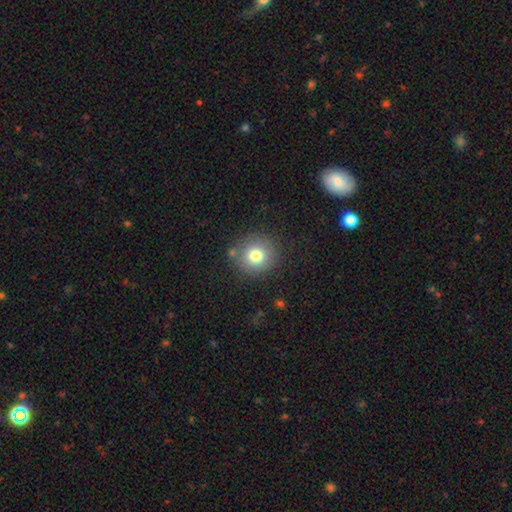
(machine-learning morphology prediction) Smooth or featured?
  - smooth: 76% *
  - star or artifact: 12%
  - featured or disk: 12%
How rounded?
  - round: 91% *
  - in between: 8%
  - cigar-shaped: 1%
Merging?
  - none: 82% *
  - minor disturbance: 10%
  - merger: 4%
  - major disturbance: 4%